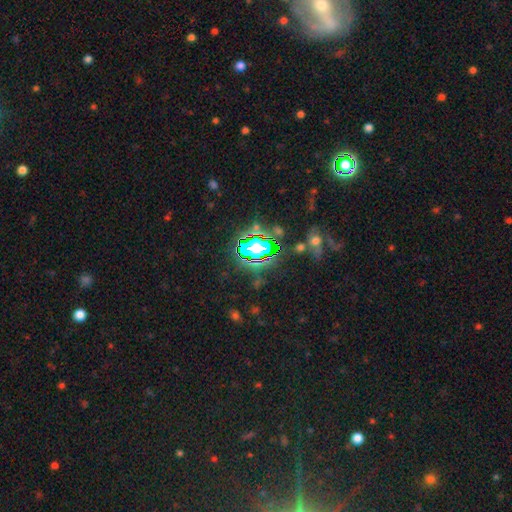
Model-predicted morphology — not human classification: The model was most divided on "smooth or featured": star or artifact: 81%, smooth: 11%, featured or disk: 8%.